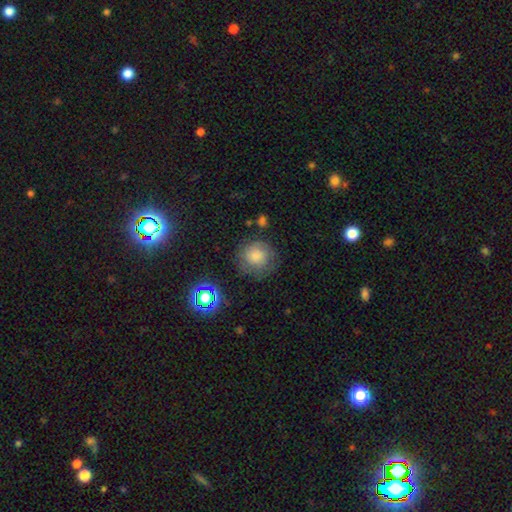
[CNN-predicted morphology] A smooth galaxy with no disk features (68%) that is round (91%).

Vote fractions:
- Smooth or featured? smooth: 68% / featured or disk: 16% / star or artifact: 16%
- How rounded? round: 91% / in between: 8% / cigar-shaped: 1%
- Merging? none: 75% / minor disturbance: 16% / major disturbance: 6% / merger: 2%